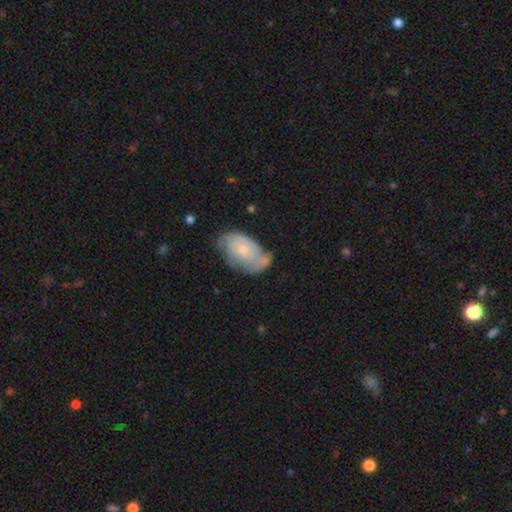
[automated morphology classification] This appears to be a featured or disk galaxy (63%) with no bar (78%), spiral arms (80%) and a small central bulge (62%). Merging: none (59%).